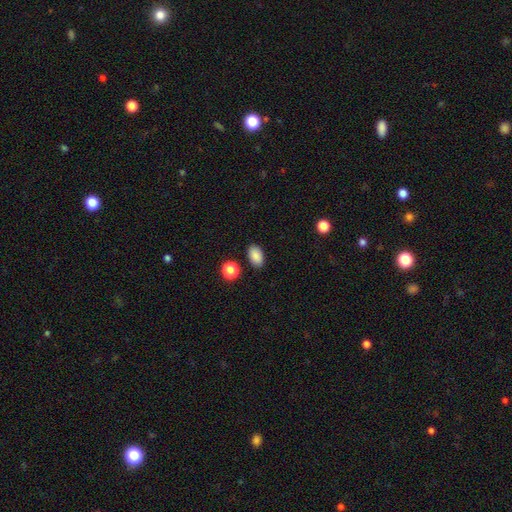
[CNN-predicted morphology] smooth-or-featured: smooth: 87% | star or artifact: 9% | featured or disk: 4%
  how-rounded: in between: 91% | round: 8% | cigar-shaped: 2%
  merging: none: 87% | minor disturbance: 9% | merger: 2% | major disturbance: 2%